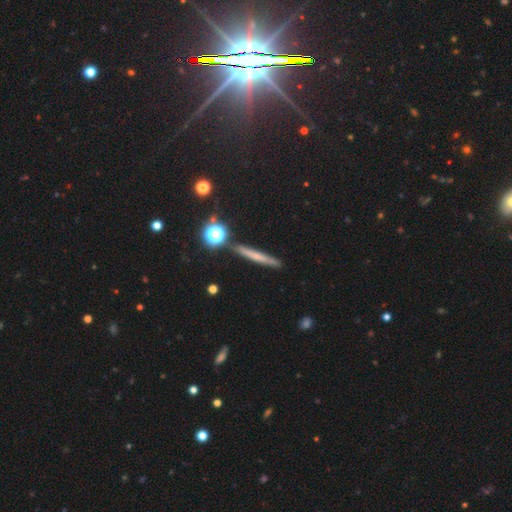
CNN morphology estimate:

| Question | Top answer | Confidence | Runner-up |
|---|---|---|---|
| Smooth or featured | smooth | 52% | featured or disk (33%) |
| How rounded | cigar-shaped | 88% | round (7%) |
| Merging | none | 86% | minor disturbance (8%) |